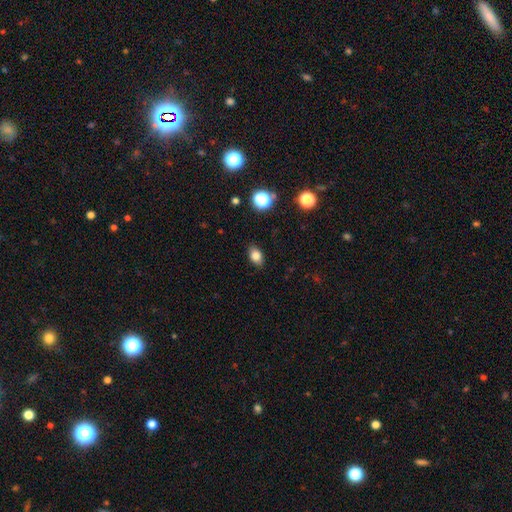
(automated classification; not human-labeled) Q: Smooth or featured?
A: smooth (81%); runner-up: star or artifact (12%)
Q: How rounded?
A: in between (81%); runner-up: round (17%)
Q: Merging?
A: none (86%); runner-up: minor disturbance (10%)